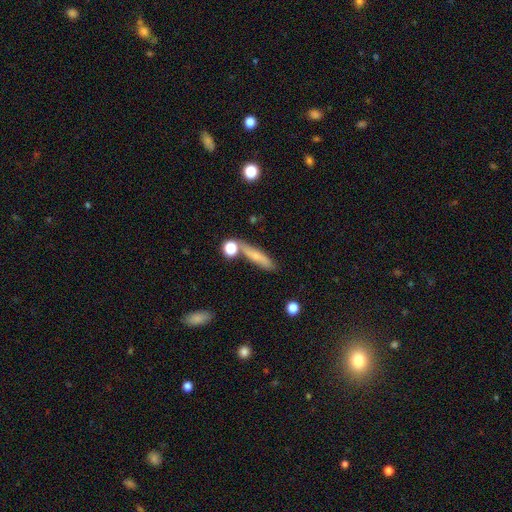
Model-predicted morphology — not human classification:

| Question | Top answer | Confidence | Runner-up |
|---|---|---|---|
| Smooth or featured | smooth | 64% | featured or disk (28%) |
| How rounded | cigar-shaped | 76% | in between (19%) |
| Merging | none | 67% | minor disturbance (16%) |